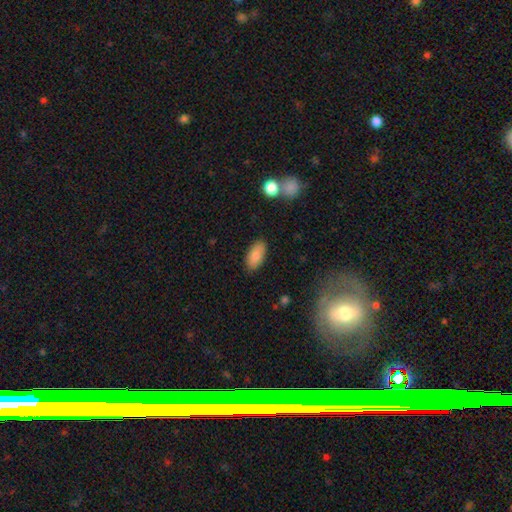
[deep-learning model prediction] smooth-or-featured: smooth: 83% | featured or disk: 9% | star or artifact: 7%
  how-rounded: in between: 92% | cigar-shaped: 5% | round: 3%
  merging: none: 86% | minor disturbance: 10% | major disturbance: 2% | merger: 2%